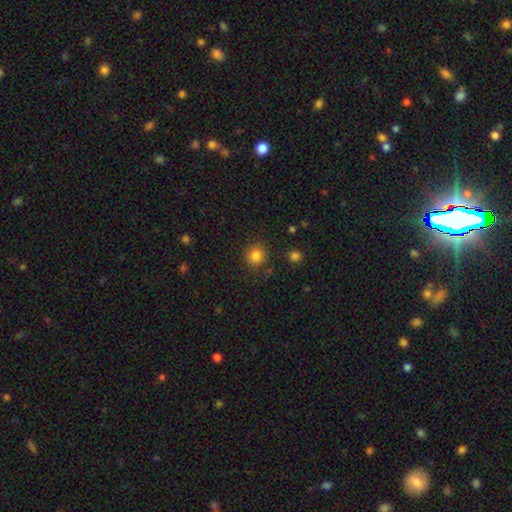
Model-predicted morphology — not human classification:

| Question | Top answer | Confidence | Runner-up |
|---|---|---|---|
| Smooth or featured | smooth | 84% | star or artifact (12%) |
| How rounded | round | 89% | in between (10%) |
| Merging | none | 87% | minor disturbance (8%) |